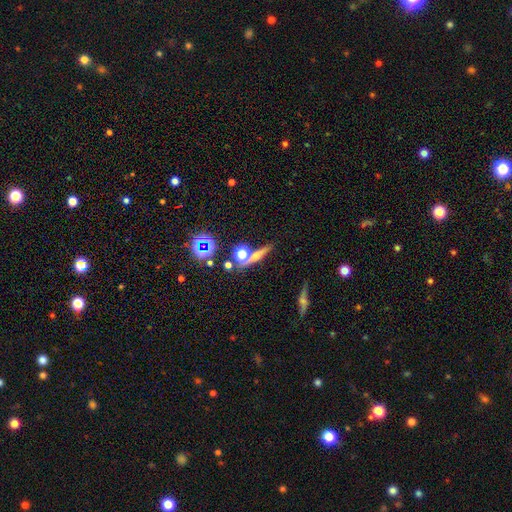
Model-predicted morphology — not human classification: Smooth or featured: smooth — 40% (featured or disk — 36%)
Merging: none — 70% (merger — 15%)